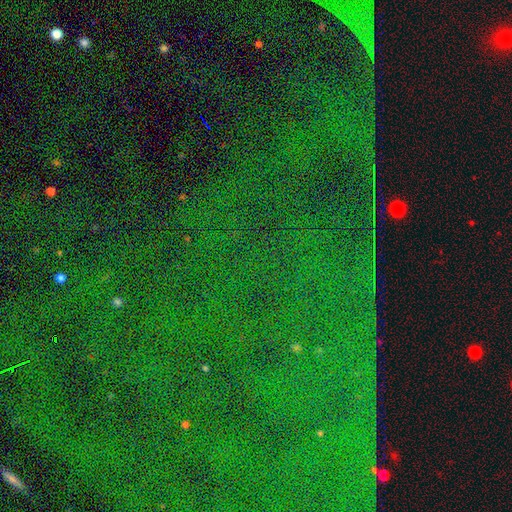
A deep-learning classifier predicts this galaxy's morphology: smooth_or_featured: star or artifact (p=0.81) [alt: smooth p=0.11]